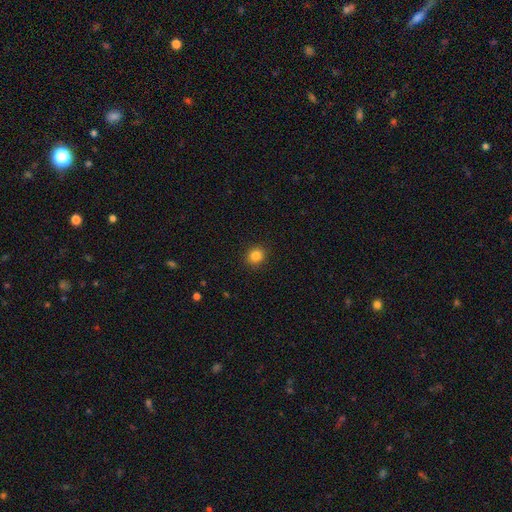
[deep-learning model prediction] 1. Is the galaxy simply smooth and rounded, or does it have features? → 85% smooth, 11% star or artifact, 4% featured or disk.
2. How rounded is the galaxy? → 85% round, 14% in between, 1% cigar-shaped.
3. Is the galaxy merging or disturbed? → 91% none, 6% minor disturbance, 2% major disturbance, 1% merger.